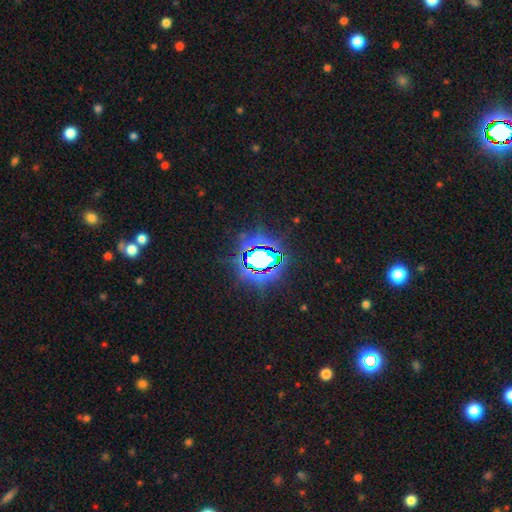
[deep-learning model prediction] The model was most divided on "smooth or featured": star or artifact: 83%, smooth: 10%, featured or disk: 6%.